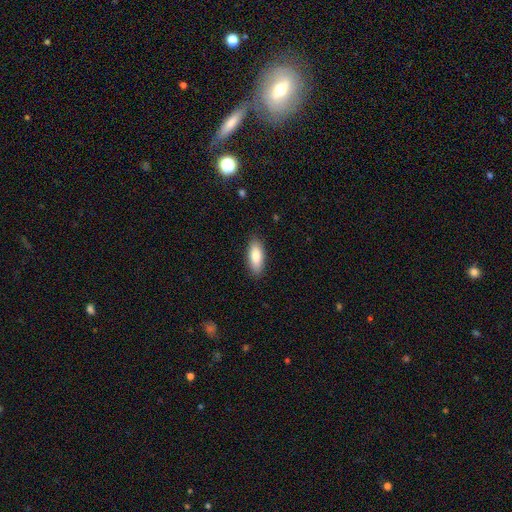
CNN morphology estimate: type=smooth (83%); roundness=in between (76%); merging=none (87%).